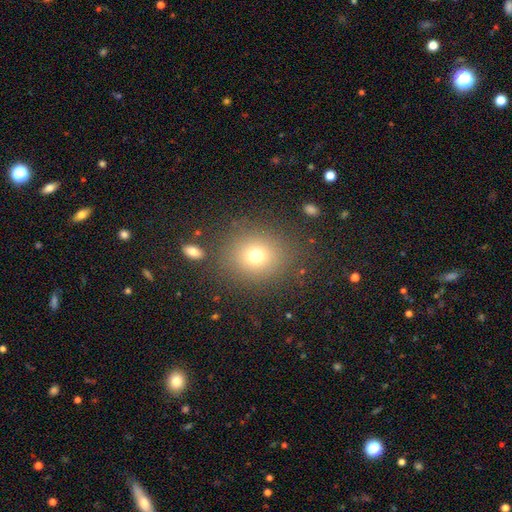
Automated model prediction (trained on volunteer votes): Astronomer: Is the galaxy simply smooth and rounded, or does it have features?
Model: smooth — 72%.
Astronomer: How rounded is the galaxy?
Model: round — 78%.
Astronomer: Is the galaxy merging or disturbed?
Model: none — 84%.